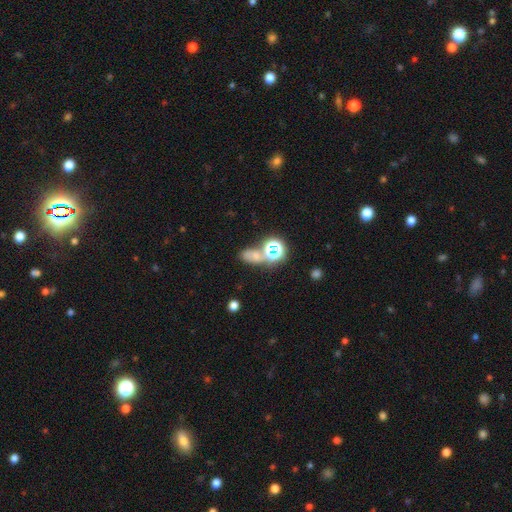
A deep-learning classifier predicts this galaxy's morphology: Q: Smooth or featured?
A: smooth (50%); runner-up: star or artifact (36%)
Q: How rounded?
A: in between (66%); runner-up: round (30%)
Q: Merging?
A: none (44%); runner-up: merger (33%)